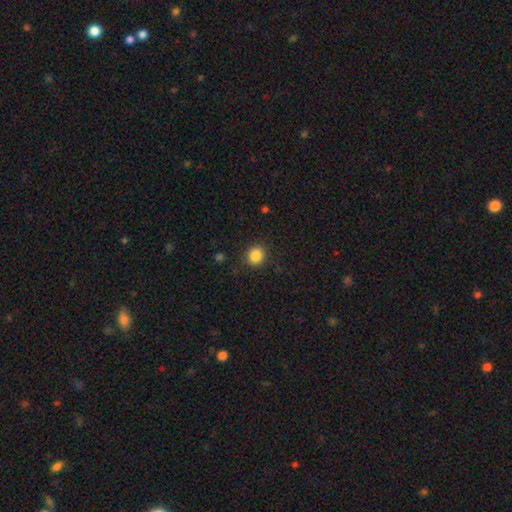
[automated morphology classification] This appears to be a smooth galaxy with no disk features (85%) that is round (87%). Merging: none (88%).